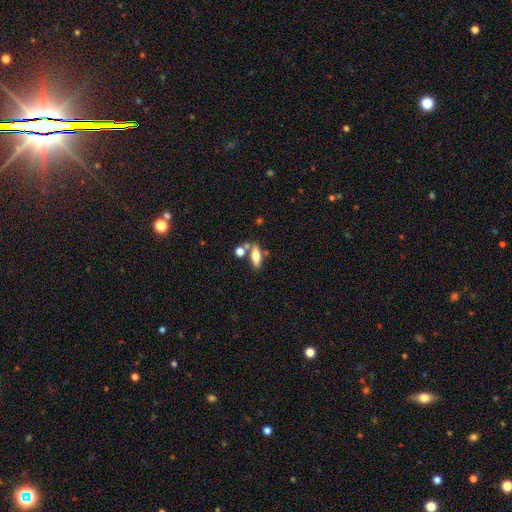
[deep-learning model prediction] Smooth or featured: smooth — 67% (featured or disk — 24%)
How rounded: in between — 64% (cigar-shaped — 30%)
Merging: none — 62% (merger — 21%)